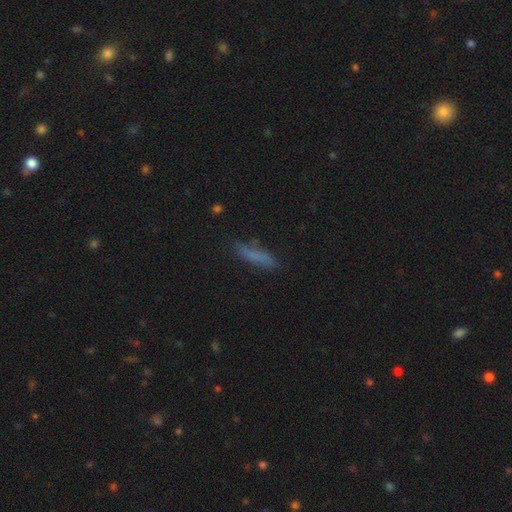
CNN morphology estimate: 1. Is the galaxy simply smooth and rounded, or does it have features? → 71% smooth, 19% featured or disk, 10% star or artifact.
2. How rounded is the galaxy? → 80% cigar-shaped, 18% in between, 2% round.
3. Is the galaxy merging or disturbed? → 75% none, 18% minor disturbance, 5% major disturbance, 2% merger.